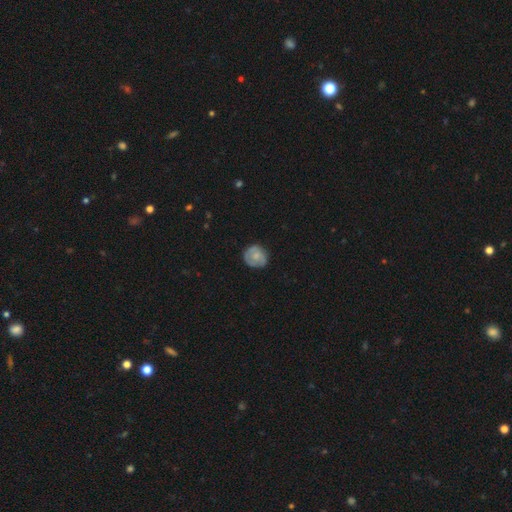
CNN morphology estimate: This appears to be a smooth galaxy with no disk features (60%) that is round (77%). Merging: none (72%).